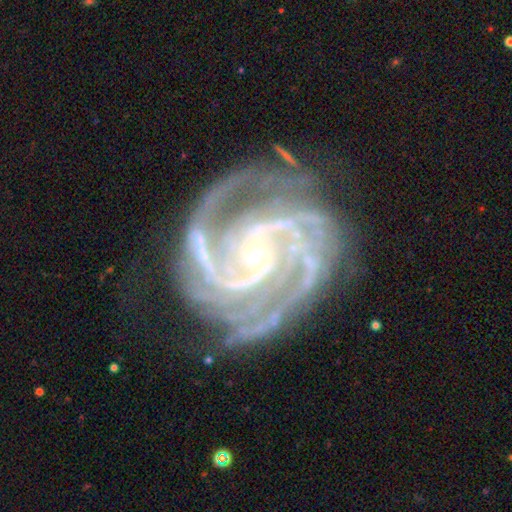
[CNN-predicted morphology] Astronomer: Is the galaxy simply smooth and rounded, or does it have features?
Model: featured or disk — 93%.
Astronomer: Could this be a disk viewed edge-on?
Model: no — 98%.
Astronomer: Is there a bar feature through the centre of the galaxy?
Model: no — 53%.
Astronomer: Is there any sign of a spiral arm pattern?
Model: yes — 99%.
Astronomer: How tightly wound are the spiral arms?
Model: tight — 58% (runner-up: medium, 37%).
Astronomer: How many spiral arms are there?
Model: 2 — 32% (runner-up: 3, 28%).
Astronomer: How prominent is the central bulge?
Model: small — 83%.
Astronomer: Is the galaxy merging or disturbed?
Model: none — 72%.